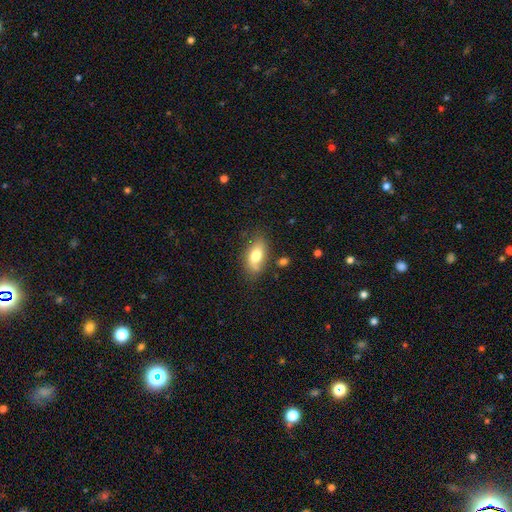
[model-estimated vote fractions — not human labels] This is likely a smooth galaxy (74%). How rounded: clearly in between (88%). Merging: likely none (73%).